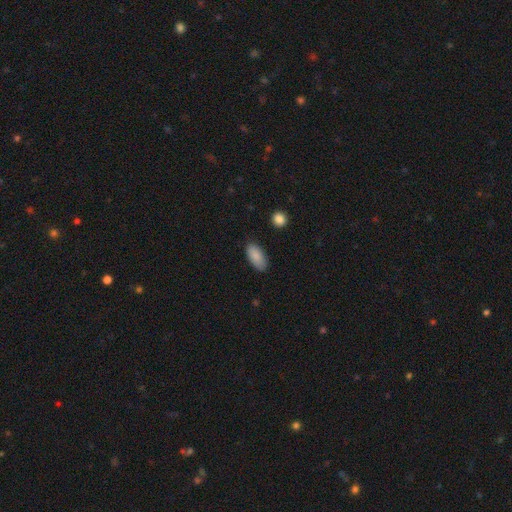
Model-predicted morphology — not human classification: Smooth or featured? Predicted: smooth (p=0.88). How rounded? Predicted: in between (p=0.91). Merging? Predicted: none (p=0.83).